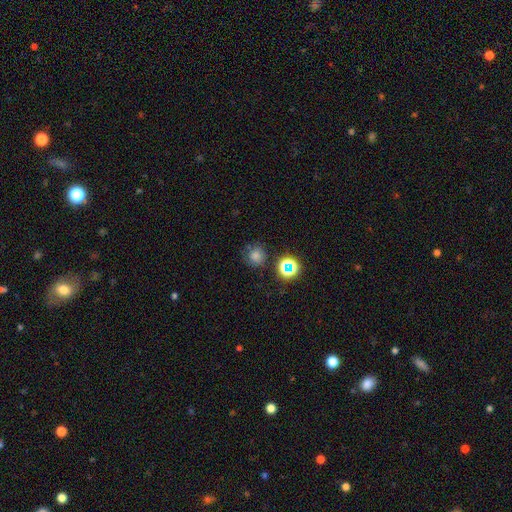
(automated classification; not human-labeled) A smooth galaxy with no disk features (61%) that is round (91%). Merging: none (77%).